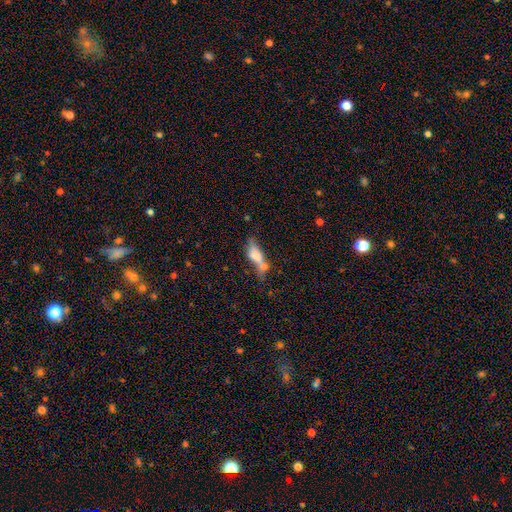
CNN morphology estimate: Smooth or featured?
  - smooth: 54% *
  - featured or disk: 36%
  - star or artifact: 10%
How rounded?
  - in between: 52% *
  - cigar-shaped: 44%
  - round: 5%
Merging?
  - merger: 39% *
  - none: 28%
  - minor disturbance: 18%
  - major disturbance: 15%